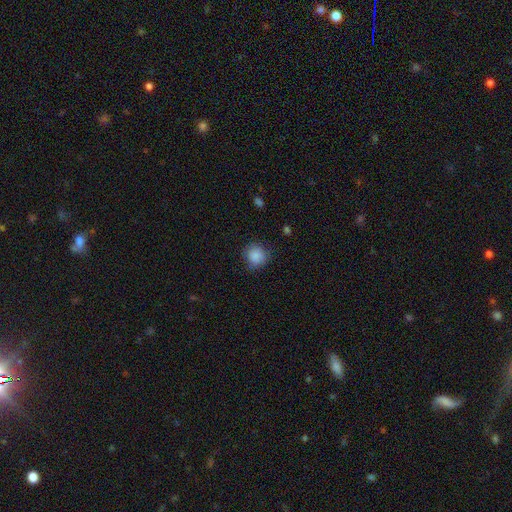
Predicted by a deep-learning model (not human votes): Smooth or featured: smooth — 87% (star or artifact — 9%)
How rounded: round — 90% (in between — 9%)
Merging: none — 81% (minor disturbance — 14%)